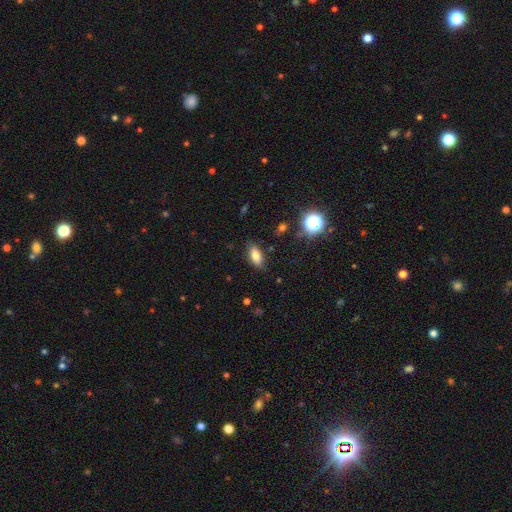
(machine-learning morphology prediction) smooth 74%, featured or disk 16%, star or artifact 11%. Down the decision tree: how rounded — in between (86%); merging — none (80%).